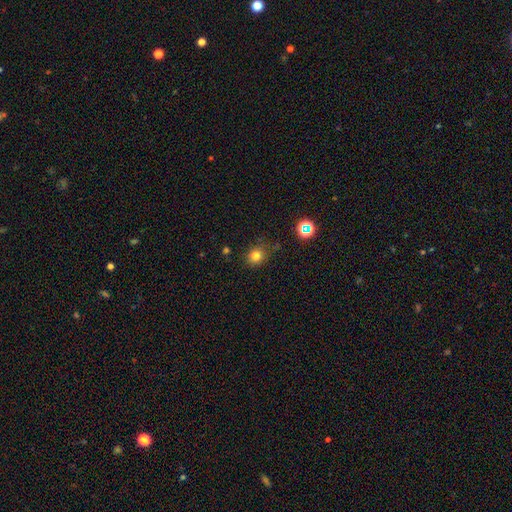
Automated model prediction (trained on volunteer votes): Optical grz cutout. It shows a smooth galaxy with no disk features (78%) that is round (76%). Merging: none (76%).